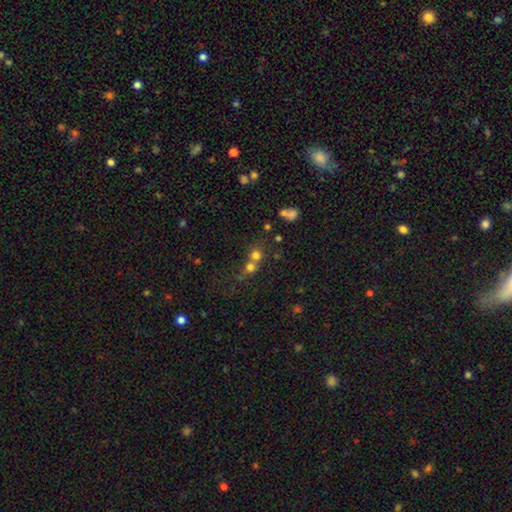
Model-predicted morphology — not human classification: type=smooth (70%); roundness=round (87%); merging=merger (50%).